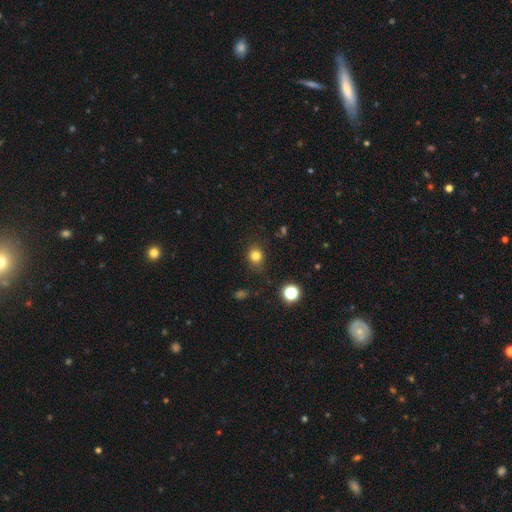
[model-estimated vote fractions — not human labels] Smooth or featured: smooth — 80% (star or artifact — 14%)
How rounded: round — 73% (in between — 26%)
Merging: none — 79% (minor disturbance — 15%)